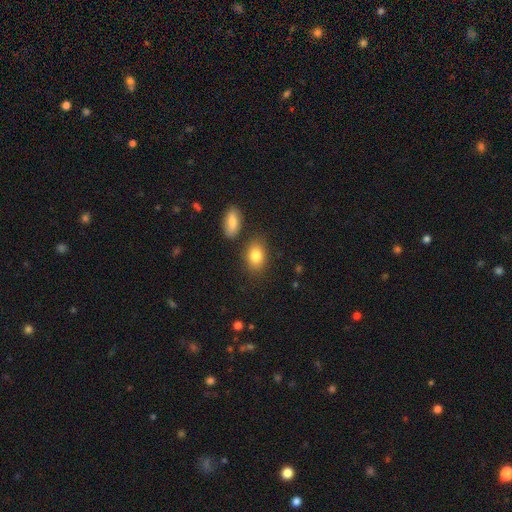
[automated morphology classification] Smooth or featured? Predicted: smooth (p=0.83). How rounded? Predicted: in between (p=0.80). Merging? Predicted: none (p=0.77).